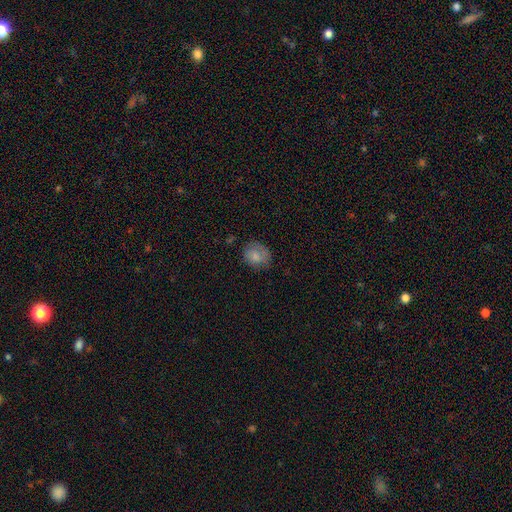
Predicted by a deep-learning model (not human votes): smooth-or-featured: smooth: 77% | featured or disk: 14% | star or artifact: 9%
  how-rounded: round: 64% | in between: 35% | cigar-shaped: 1%
  merging: none: 65% | minor disturbance: 24% | major disturbance: 8% | merger: 2%